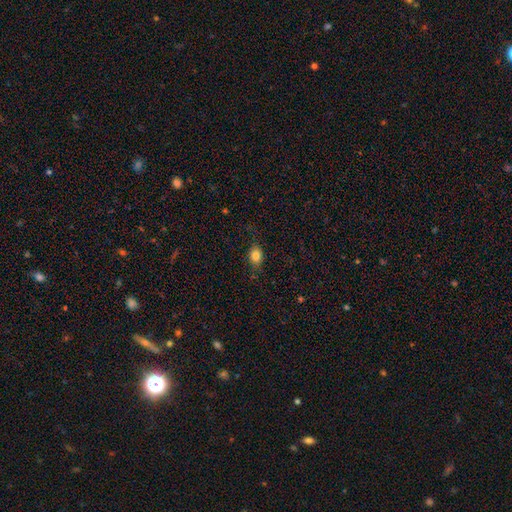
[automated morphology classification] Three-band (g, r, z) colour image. It shows a smooth galaxy with no disk features (83%) that is in between round and cigar-shaped (67%). Merging: none (78%).